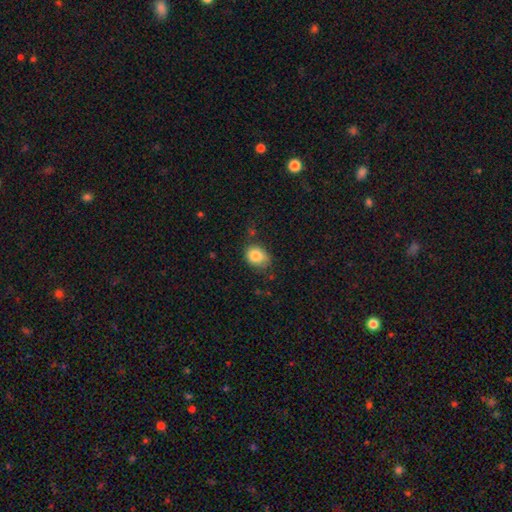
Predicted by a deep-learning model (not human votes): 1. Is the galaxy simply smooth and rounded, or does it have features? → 84% smooth, 9% star or artifact, 7% featured or disk.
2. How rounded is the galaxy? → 51% in between, 48% round, 1% cigar-shaped.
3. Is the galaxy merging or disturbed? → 64% none, 27% minor disturbance, 7% major disturbance, 3% merger.